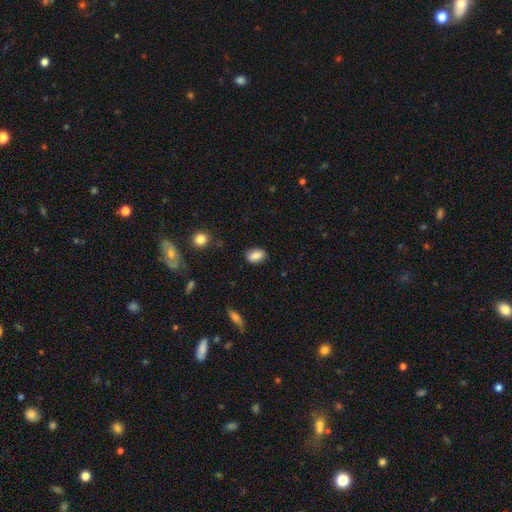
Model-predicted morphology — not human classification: Smooth or featured? smooth (85%)
How rounded? in between (82%)
Merging? none (83%)